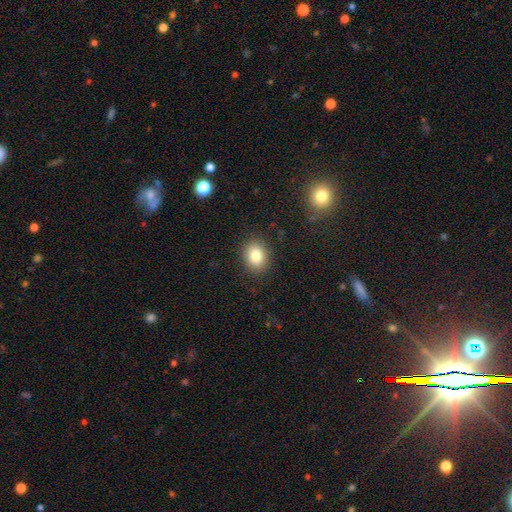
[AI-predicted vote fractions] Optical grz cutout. It shows a smooth galaxy with no disk features (83%) that is in between round and cigar-shaped (53%). Merging: none (88%).